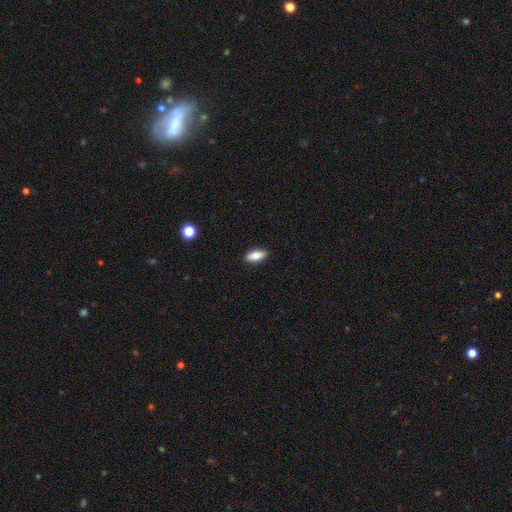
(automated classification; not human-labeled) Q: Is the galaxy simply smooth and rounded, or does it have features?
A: smooth — 79%.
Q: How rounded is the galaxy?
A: in between — 83%.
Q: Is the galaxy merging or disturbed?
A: none — 90%.